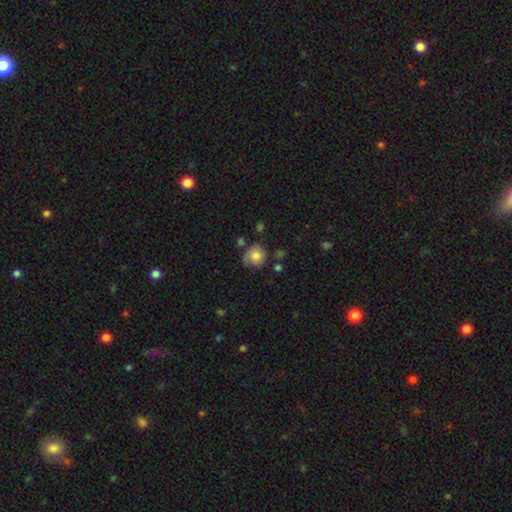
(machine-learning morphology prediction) Smooth or featured? smooth (75%)
How rounded? round (80%)
Merging? none (57%)